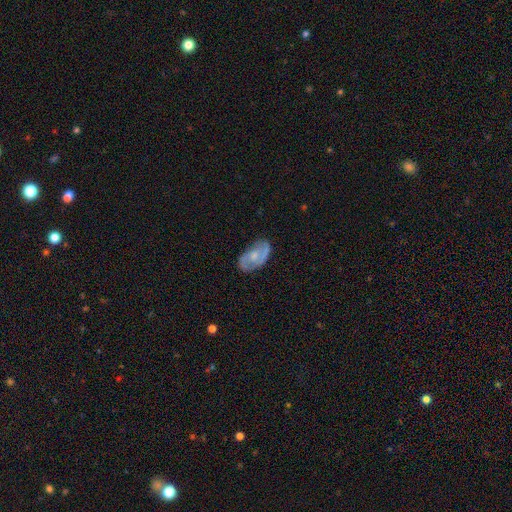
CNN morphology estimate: A featured or disk galaxy (67%) with no bar (58%), 2 (74%) medium (47%) spiral arms (84%) and a small central bulge (43%). Merging: none (74%).